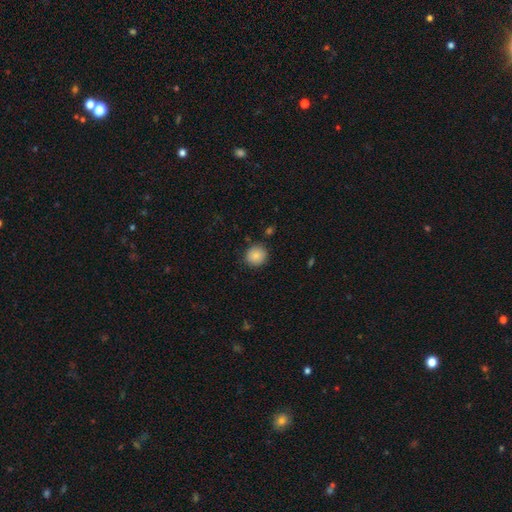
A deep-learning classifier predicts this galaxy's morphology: The model was most divided on "smooth or featured": smooth: 87%, star or artifact: 9%, featured or disk: 5%. More confident: how rounded — round (89%); merging — none (87%).